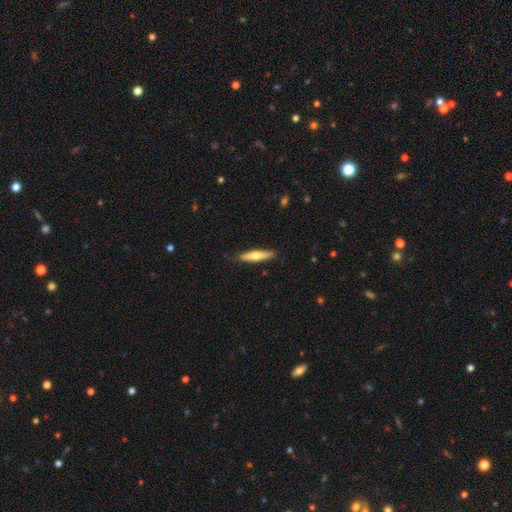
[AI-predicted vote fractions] Overall: smooth (59%; featured or disk 36%). How rounded: cigar-shaped (83%). Merging: none (84%).